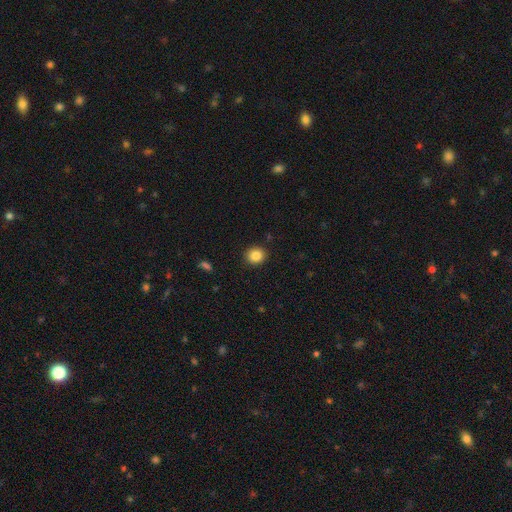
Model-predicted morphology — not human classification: This is clearly a smooth galaxy (85%). How rounded: clearly round (83%). Merging: clearly none (91%).